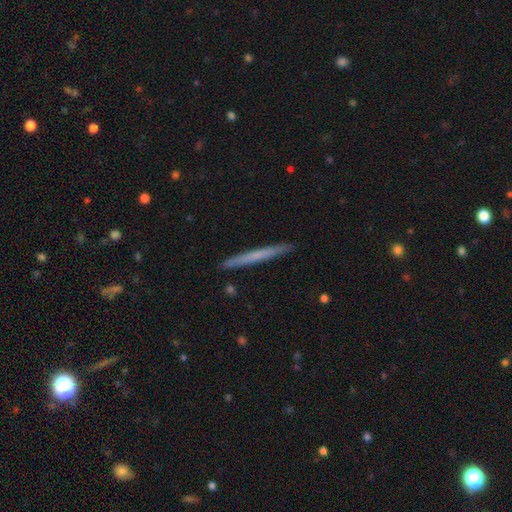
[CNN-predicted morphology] Smooth or featured?
  - smooth: 56% *
  - featured or disk: 39%
  - star or artifact: 6%
How rounded?
  - cigar-shaped: 97% *
  - in between: 2%
  - round: 1%
Merging?
  - none: 92% *
  - minor disturbance: 6%
  - major disturbance: 1%
  - merger: 1%